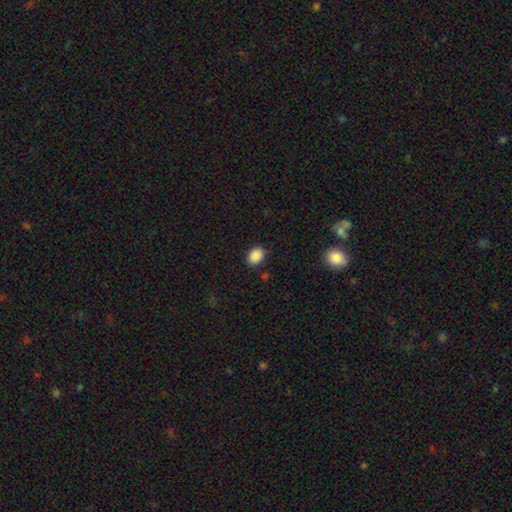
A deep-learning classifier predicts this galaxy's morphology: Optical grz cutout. It shows a smooth galaxy with no disk features (89%) that is in between round and cigar-shaped (62%). Merging: none (86%).